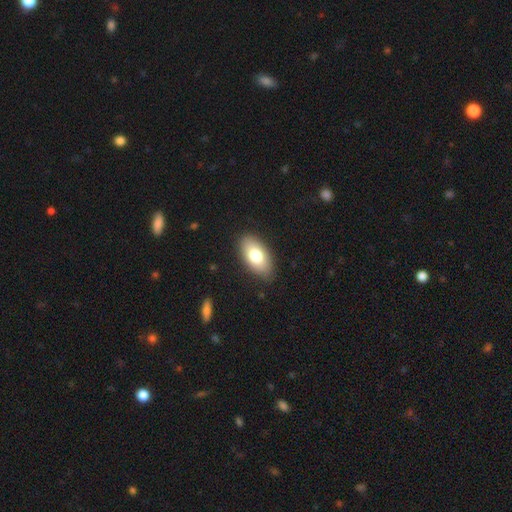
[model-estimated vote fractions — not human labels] A smooth galaxy with no disk features (76%) that is in between round and cigar-shaped (93%). Merging: none (85%).